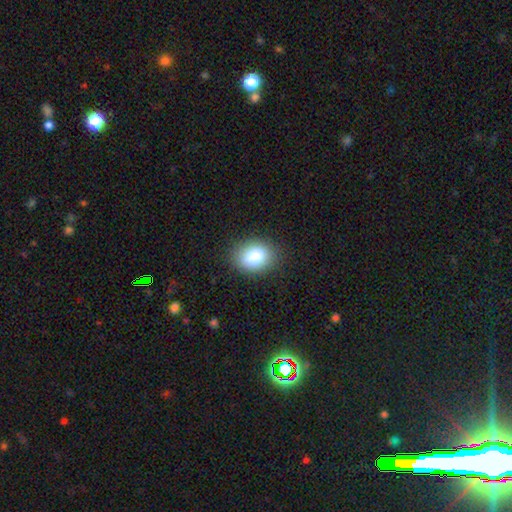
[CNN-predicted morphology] Q: Smooth or featured?
A: smooth (84%); runner-up: star or artifact (9%)
Q: How rounded?
A: in between (69%); runner-up: round (30%)
Q: Merging?
A: none (86%); runner-up: minor disturbance (10%)